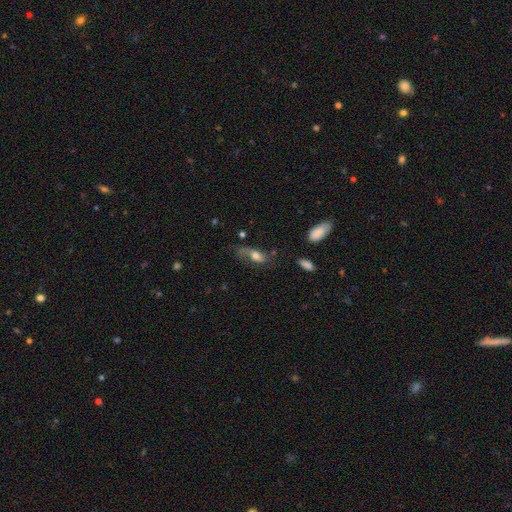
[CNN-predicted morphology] Smooth or featured: smooth — 57% (featured or disk — 34%)
How rounded: in between — 75% (cigar-shaped — 18%)
Merging: none — 36% (major disturbance — 31%)